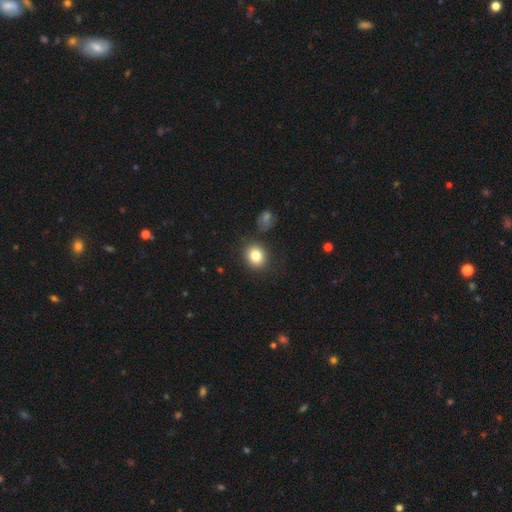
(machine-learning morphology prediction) Smooth or featured? smooth (82%)
How rounded? round (68%)
Merging? none (84%)